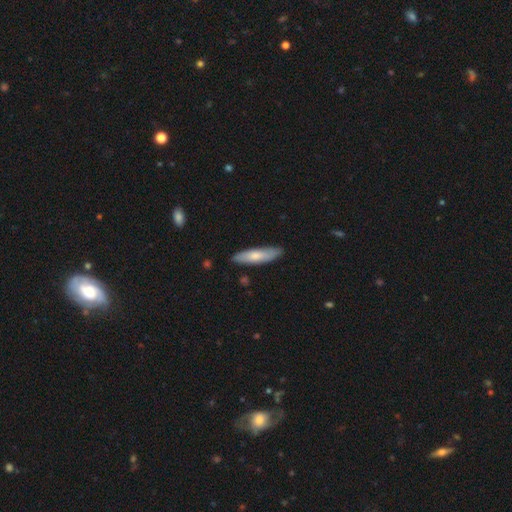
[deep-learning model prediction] smooth_or_featured: smooth (p=0.72) [alt: featured or disk p=0.23]
how_rounded: cigar-shaped (p=0.67) [alt: in between p=0.32]
merging: none (p=0.86) [alt: minor disturbance p=0.11]